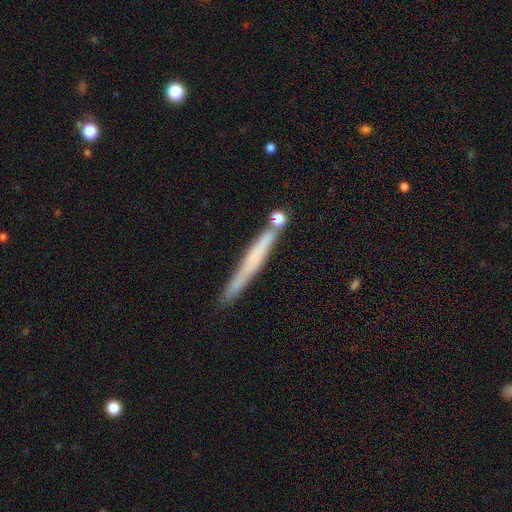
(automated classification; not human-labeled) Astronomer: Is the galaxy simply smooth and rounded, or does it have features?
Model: smooth — 48% (runner-up: featured or disk, 43%).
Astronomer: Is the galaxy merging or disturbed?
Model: none — 72%.